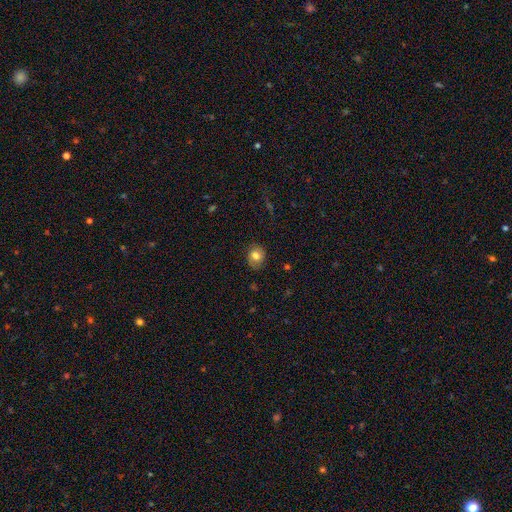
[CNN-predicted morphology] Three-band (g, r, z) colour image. It shows a smooth galaxy with no disk features (75%) that is round (63%). Merging: none (80%).